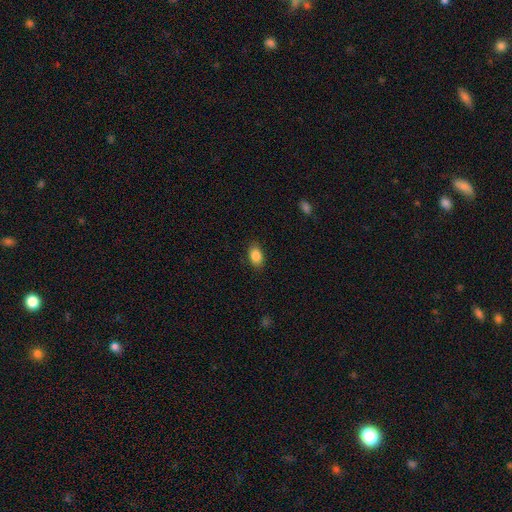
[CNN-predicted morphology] A smooth galaxy with no disk features (86%) that is in between round and cigar-shaped (85%).

Vote fractions:
- Smooth or featured? smooth: 86% / star or artifact: 8% / featured or disk: 6%
- How rounded? in between: 85% / round: 14% / cigar-shaped: 2%
- Merging? none: 86% / minor disturbance: 11% / major disturbance: 3% / merger: 1%